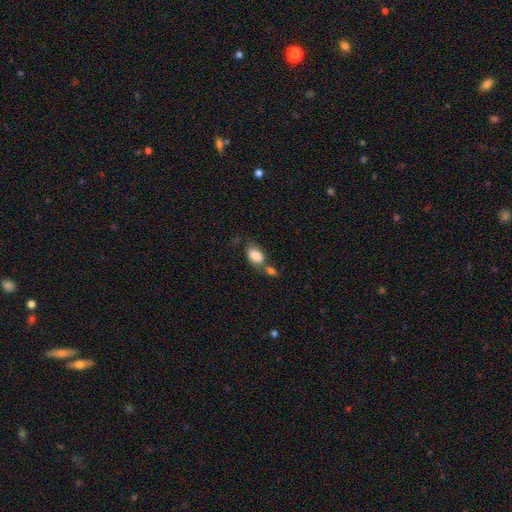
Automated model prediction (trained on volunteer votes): Q: Smooth or featured?
A: smooth (84%); runner-up: featured or disk (8%)
Q: How rounded?
A: in between (88%); runner-up: round (10%)
Q: Merging?
A: merger (41%); runner-up: none (36%)